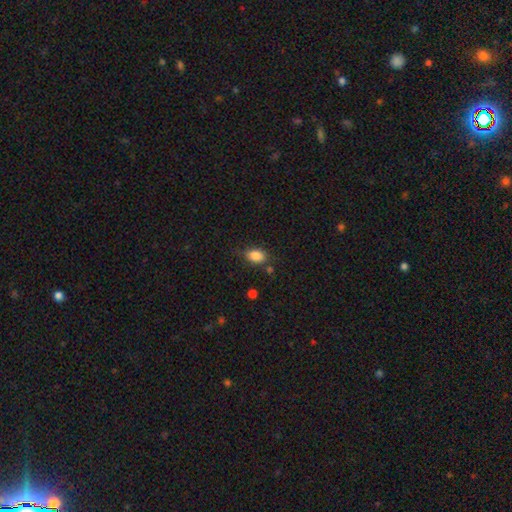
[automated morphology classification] Smooth or featured?
  - smooth: 85% *
  - star or artifact: 9%
  - featured or disk: 6%
How rounded?
  - in between: 81% *
  - round: 17%
  - cigar-shaped: 2%
Merging?
  - none: 71% *
  - minor disturbance: 20%
  - major disturbance: 5%
  - merger: 4%